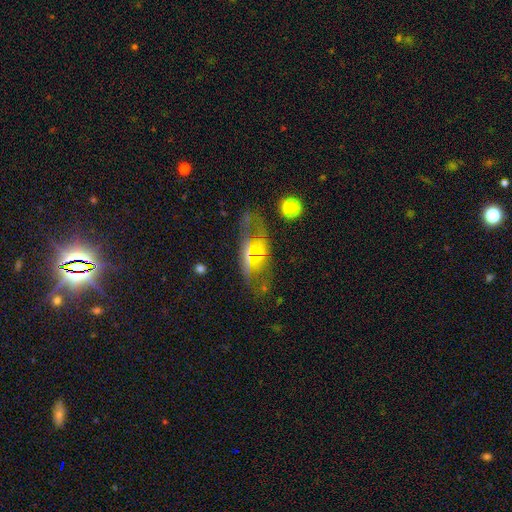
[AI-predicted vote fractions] featured or disk 53%, smooth 31%, star or artifact 16%. Down the decision tree: edge-on disk — no (72%); merging — none (63%).